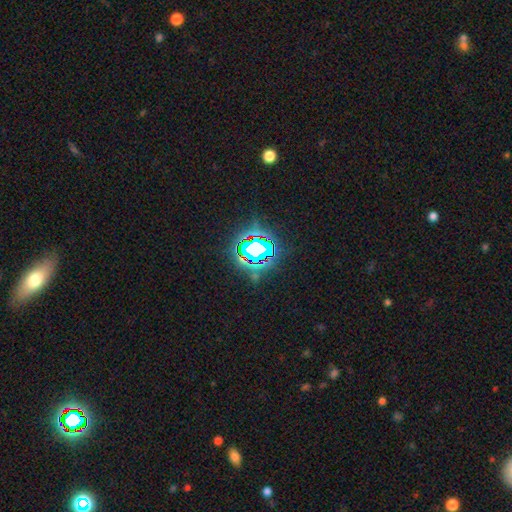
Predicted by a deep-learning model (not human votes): star or artifact 77%, smooth 13%, featured or disk 10%.